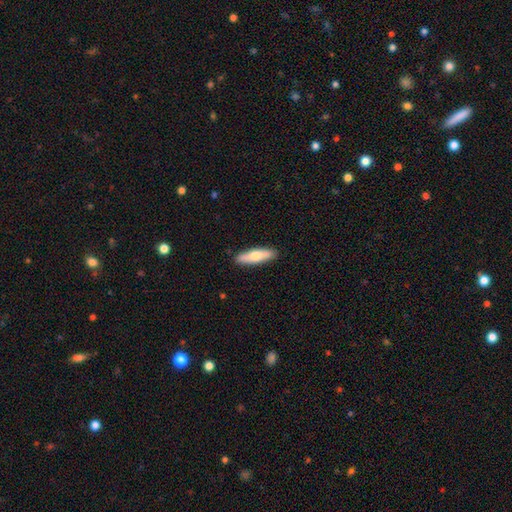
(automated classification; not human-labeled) Smooth or featured?
  - smooth: 67% *
  - featured or disk: 27%
  - star or artifact: 5%
How rounded?
  - cigar-shaped: 65% *
  - in between: 33%
  - round: 2%
Merging?
  - none: 90% *
  - minor disturbance: 8%
  - major disturbance: 2%
  - merger: 1%